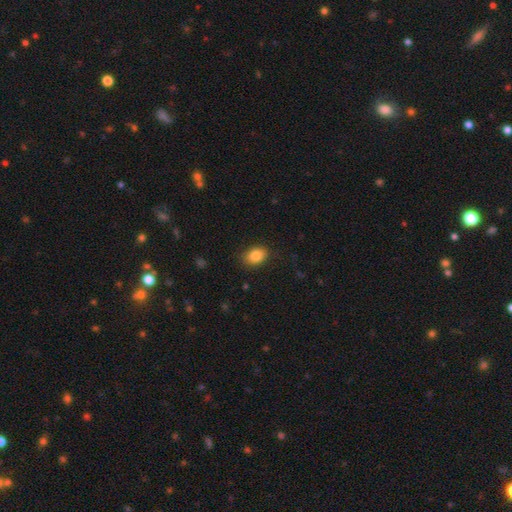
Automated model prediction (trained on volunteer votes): Smooth or featured?
  - smooth: 85% *
  - star or artifact: 8%
  - featured or disk: 6%
How rounded?
  - in between: 78% *
  - round: 21%
  - cigar-shaped: 1%
Merging?
  - none: 83% *
  - minor disturbance: 13%
  - major disturbance: 3%
  - merger: 1%